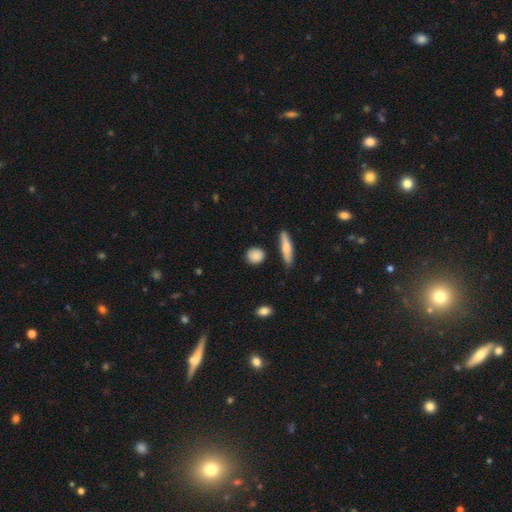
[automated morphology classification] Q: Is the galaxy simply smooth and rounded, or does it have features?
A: smooth — 85%.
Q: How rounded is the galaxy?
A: round — 74%.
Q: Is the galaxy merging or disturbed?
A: none — 84%.